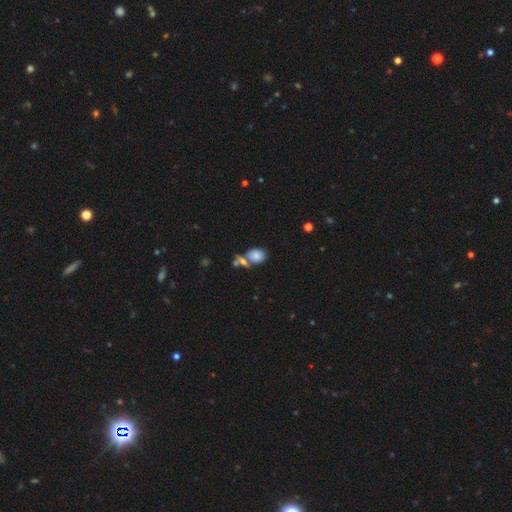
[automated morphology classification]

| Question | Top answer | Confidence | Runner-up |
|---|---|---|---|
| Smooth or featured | smooth | 79% | featured or disk (11%) |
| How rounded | in between | 66% | round (32%) |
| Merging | none | 46% | merger (36%) |